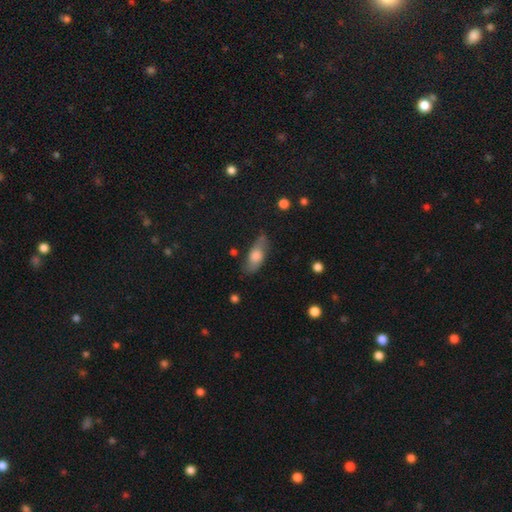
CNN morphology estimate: The model was most divided on "smooth or featured": smooth: 66%, featured or disk: 26%, star or artifact: 8%. More confident: how rounded — in between (76%); merging — none (67%).